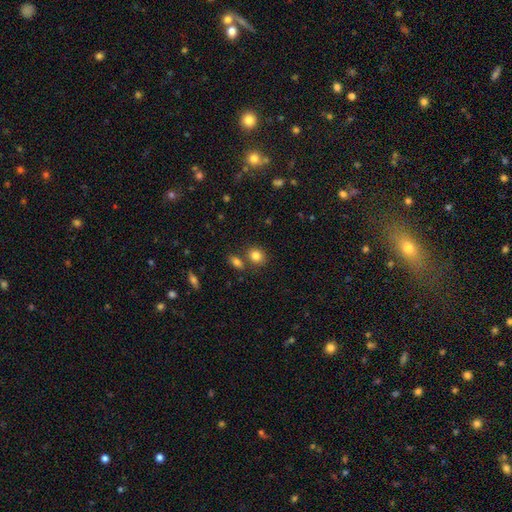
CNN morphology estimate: Overall: smooth (83%). How rounded: round (61%; in between 38%). Merging: none (68%).